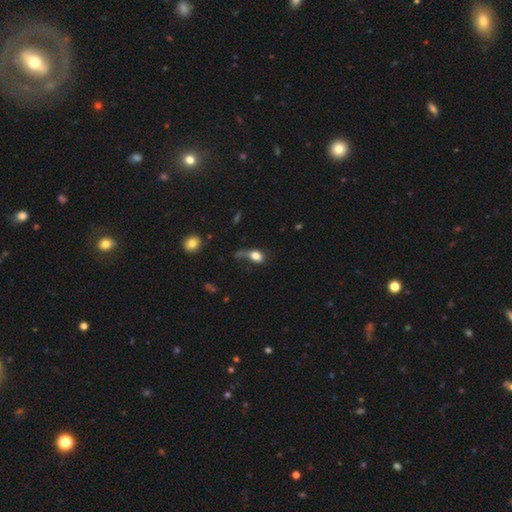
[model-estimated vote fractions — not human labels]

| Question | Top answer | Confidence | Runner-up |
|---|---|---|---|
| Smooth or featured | smooth | 75% | featured or disk (15%) |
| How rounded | in between | 69% | round (27%) |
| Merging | major disturbance | 38% | none (29%) |